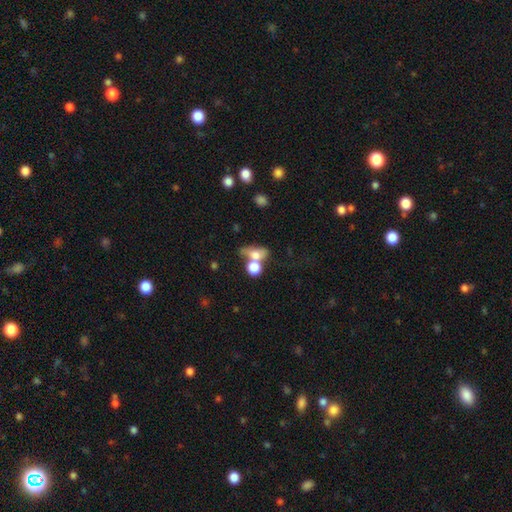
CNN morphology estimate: Smooth or featured? Predicted: smooth (p=0.69). How rounded? Predicted: in between (p=0.61). Merging? Predicted: merger (p=0.52).